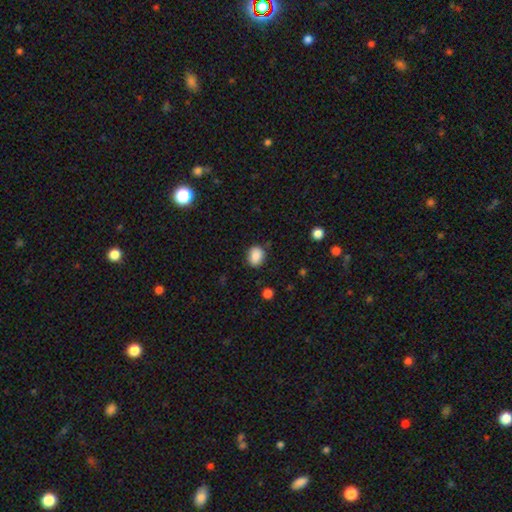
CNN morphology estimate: Smooth or featured?
  - smooth: 87% *
  - star or artifact: 8%
  - featured or disk: 4%
How rounded?
  - in between: 51% *
  - round: 48%
  - cigar-shaped: 1%
Merging?
  - none: 81% *
  - minor disturbance: 14%
  - major disturbance: 3%
  - merger: 2%